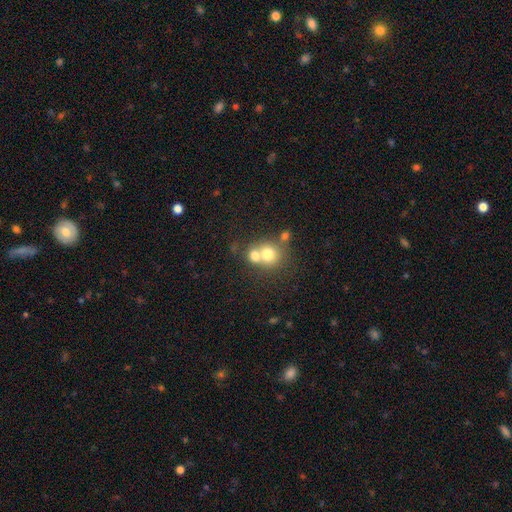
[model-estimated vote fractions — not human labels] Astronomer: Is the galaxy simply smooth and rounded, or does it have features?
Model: smooth — 62%.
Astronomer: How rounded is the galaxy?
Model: round — 82%.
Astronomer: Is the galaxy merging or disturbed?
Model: merger — 47% (runner-up: none, 42%).